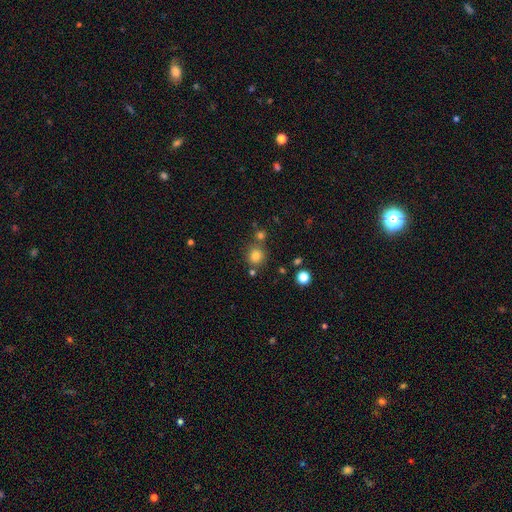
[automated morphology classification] This appears to be a smooth galaxy with no disk features (79%) that is round (91%). Merging: none (75%).